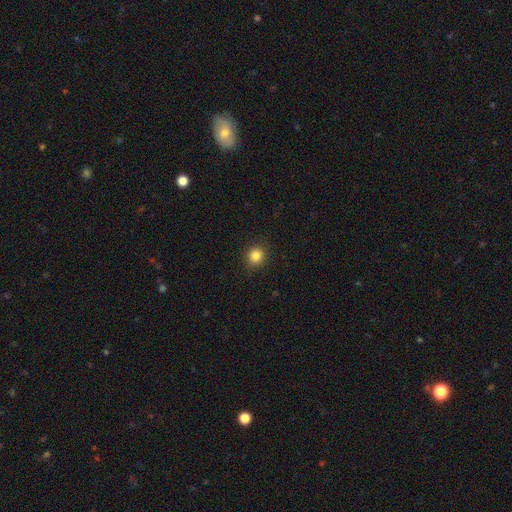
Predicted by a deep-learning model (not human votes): Smooth or featured? Predicted: smooth (p=0.84). How rounded? Predicted: round (p=0.86). Merging? Predicted: none (p=0.91).